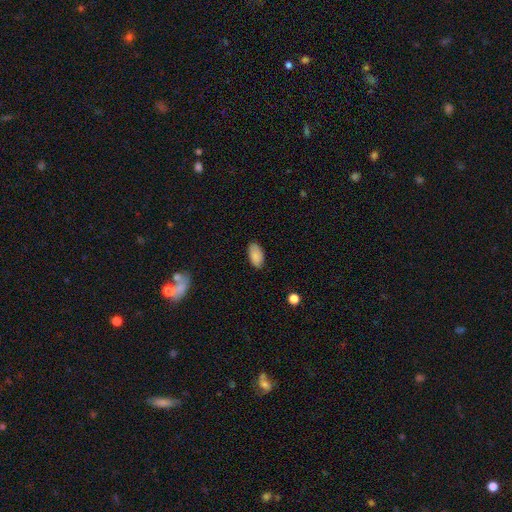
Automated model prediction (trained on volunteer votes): Smooth or featured: smooth — 87% (star or artifact — 7%)
How rounded: in between — 95% (round — 3%)
Merging: none — 83% (minor disturbance — 13%)